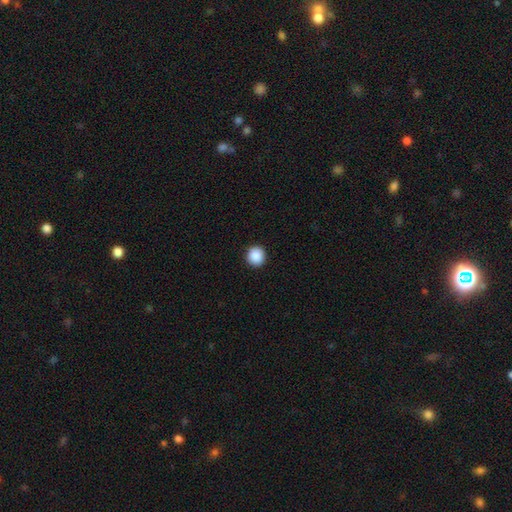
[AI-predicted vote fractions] A smooth galaxy with no disk features (89%) that is round (92%).

Vote fractions:
- Smooth or featured? smooth: 89% / star or artifact: 9% / featured or disk: 2%
- How rounded? round: 92% / in between: 7% / cigar-shaped: 1%
- Merging? none: 92% / minor disturbance: 5% / major disturbance: 2% / merger: 1%